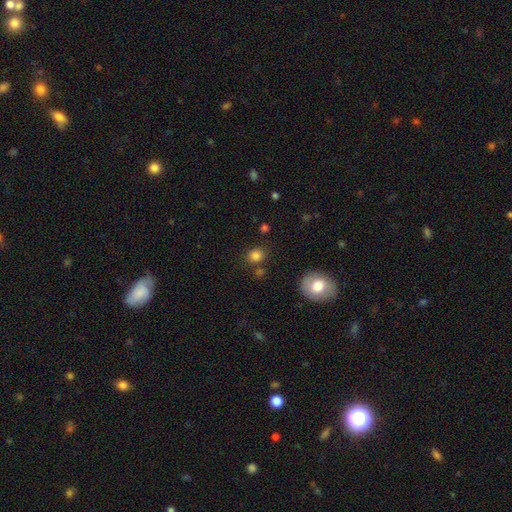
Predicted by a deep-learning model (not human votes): Overall: smooth (81%). How rounded: round (72%). Merging: none (78%).